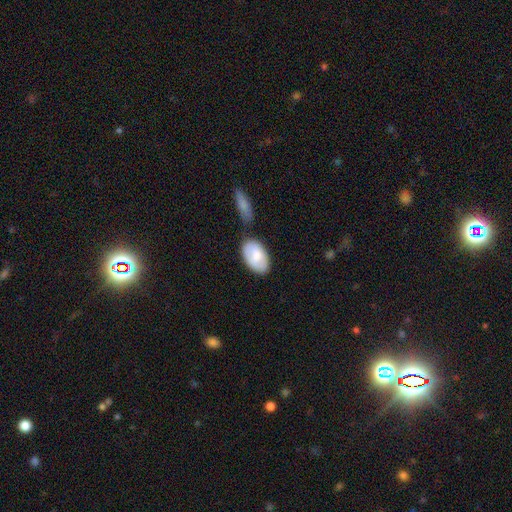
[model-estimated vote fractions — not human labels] Smooth or featured? smooth (73%)
How rounded? in between (94%)
Merging? none (64%)